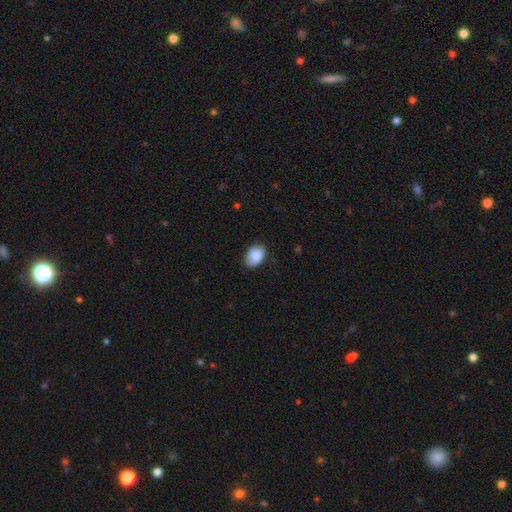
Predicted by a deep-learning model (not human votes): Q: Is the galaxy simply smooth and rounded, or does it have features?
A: smooth — 88%.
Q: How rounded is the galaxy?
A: in between — 83%.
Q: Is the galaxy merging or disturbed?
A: none — 76%.